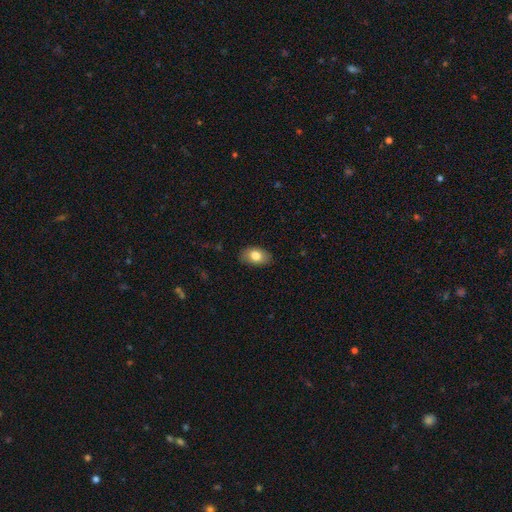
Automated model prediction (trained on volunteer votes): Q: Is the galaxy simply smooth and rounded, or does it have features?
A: smooth — 79%.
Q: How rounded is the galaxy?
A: in between — 89%.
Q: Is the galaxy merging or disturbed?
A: none — 84%.